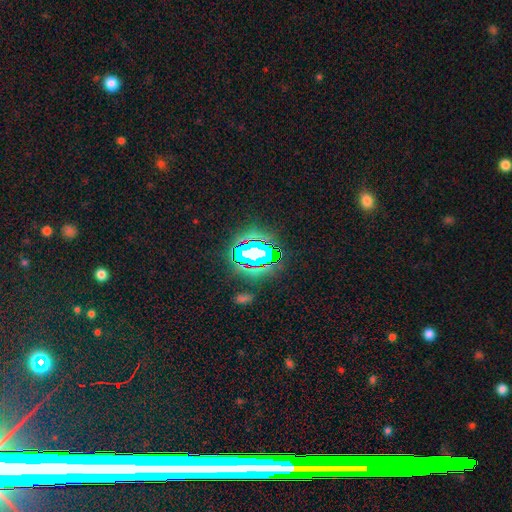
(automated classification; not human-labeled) A star or artifact, not a galaxy (76%).

Vote fractions:
- Smooth or featured? star or artifact: 76% / smooth: 14% / featured or disk: 10%